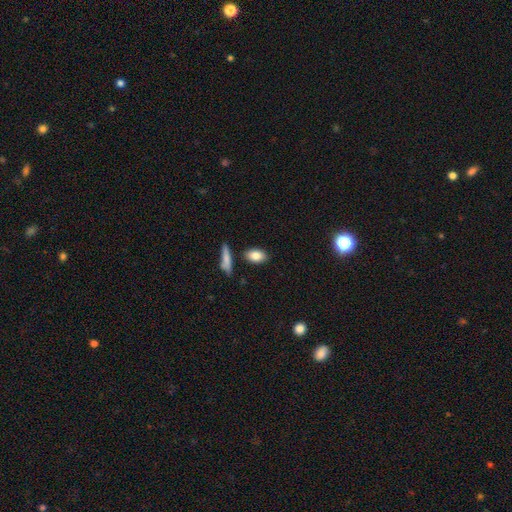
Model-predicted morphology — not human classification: smooth_or_featured: smooth (p=0.83) [alt: featured or disk p=0.10]
how_rounded: in between (p=0.86) [alt: round p=0.08]
merging: none (p=0.82) [alt: minor disturbance p=0.10]